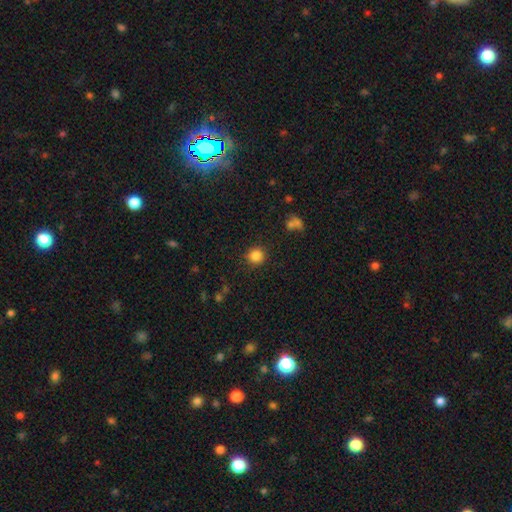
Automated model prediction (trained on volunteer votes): A smooth galaxy with no disk features (85%) that is round (92%).

Vote fractions:
- Smooth or featured? smooth: 85% / star or artifact: 11% / featured or disk: 4%
- How rounded? round: 92% / in between: 7% / cigar-shaped: 1%
- Merging? none: 87% / minor disturbance: 8% / major disturbance: 3% / merger: 2%